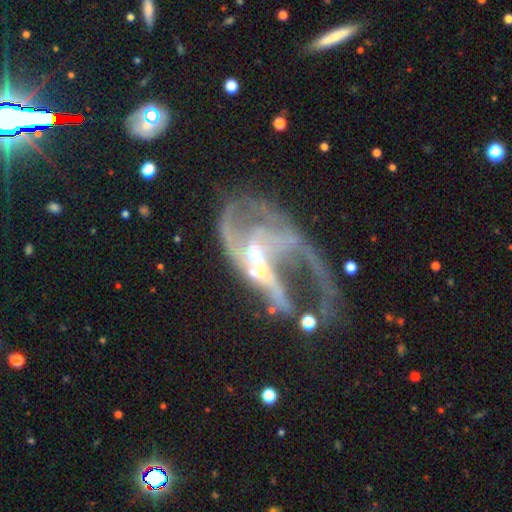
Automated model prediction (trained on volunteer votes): This is likely a featured or disk galaxy (76%). It is clearly not viewed edge-on (94%). Bar: likely no (61%). Spiral arm pattern: likely yes (64%). Central bulge: possibly moderate (48%). Merging: marginally major disturbance (41%).